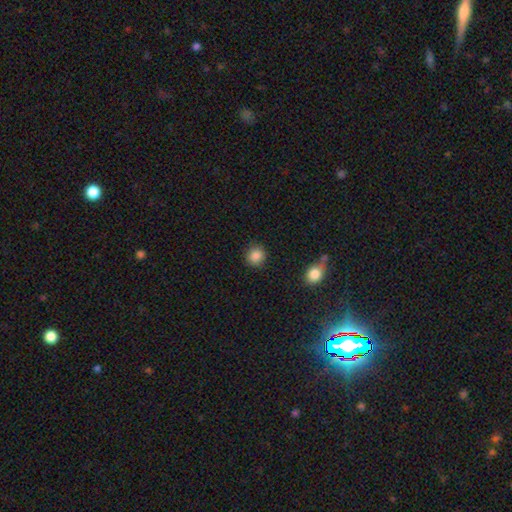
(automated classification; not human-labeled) Overall: smooth (86%). How rounded: round (89%). Merging: none (89%).